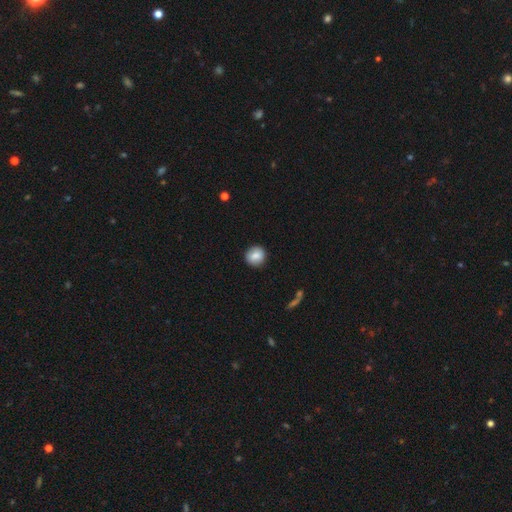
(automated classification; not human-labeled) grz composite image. It shows a smooth galaxy with no disk features (83%) that is round (89%). Merging: none (90%).